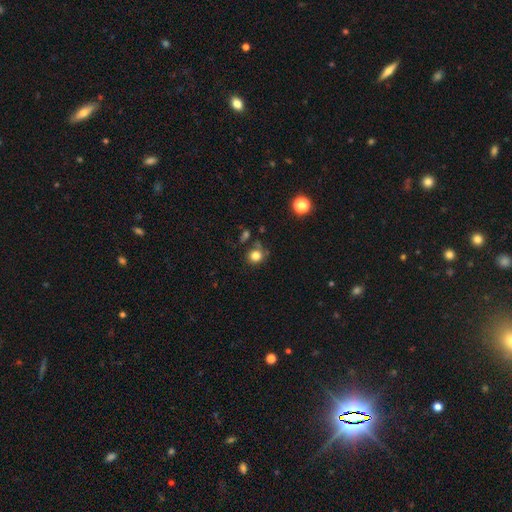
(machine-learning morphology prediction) smooth-or-featured: smooth: 81% | star or artifact: 13% | featured or disk: 7%
  how-rounded: round: 84% | in between: 15% | cigar-shaped: 1%
  merging: none: 69% | minor disturbance: 16% | merger: 8% | major disturbance: 6%